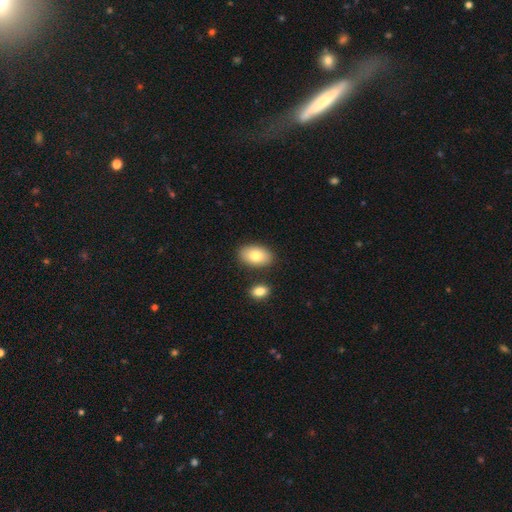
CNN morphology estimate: Smooth or featured?
  - smooth: 81% *
  - featured or disk: 12%
  - star or artifact: 7%
How rounded?
  - in between: 92% *
  - round: 7%
  - cigar-shaped: 1%
Merging?
  - none: 81% *
  - minor disturbance: 10%
  - merger: 7%
  - major disturbance: 2%